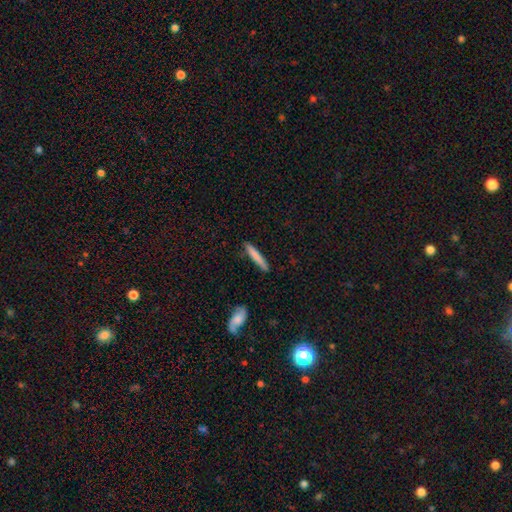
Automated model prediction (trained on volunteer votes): This is likely a smooth galaxy (77%). How rounded: clearly cigar-shaped (94%). Merging: clearly none (86%).